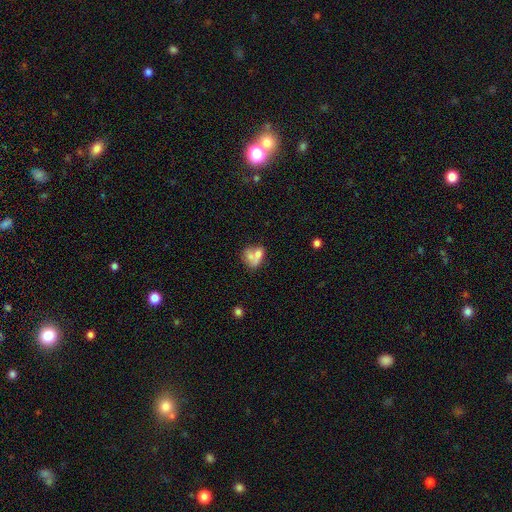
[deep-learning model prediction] Smooth or featured? Predicted: smooth (p=0.63). How rounded? Predicted: in between (p=0.61). Merging? Predicted: merger (p=0.60).